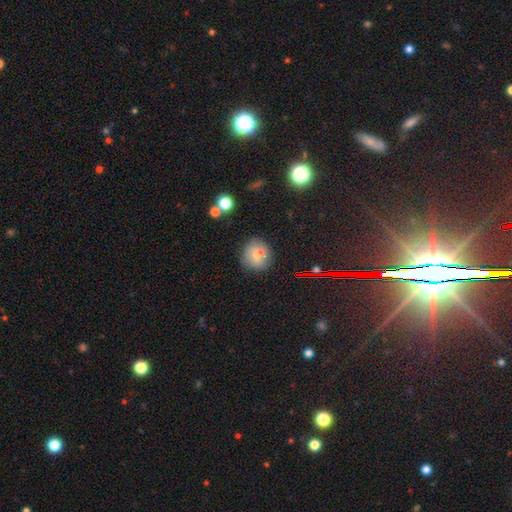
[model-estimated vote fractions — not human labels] Q: Smooth or featured?
A: smooth (70%); runner-up: featured or disk (17%)
Q: How rounded?
A: round (89%); runner-up: in between (10%)
Q: Merging?
A: none (70%); runner-up: minor disturbance (13%)